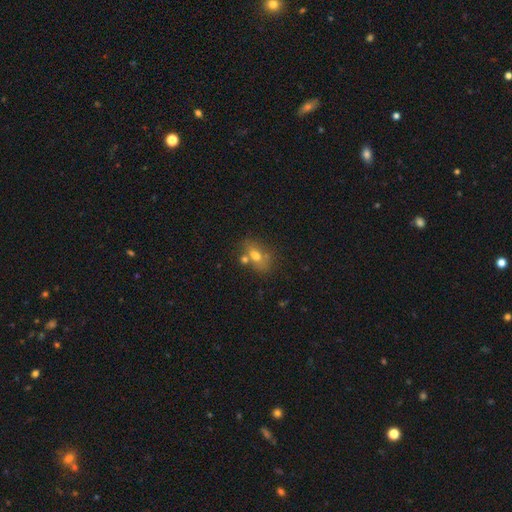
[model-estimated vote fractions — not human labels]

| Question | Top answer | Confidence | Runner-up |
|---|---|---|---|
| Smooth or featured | smooth | 64% | featured or disk (23%) |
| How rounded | in between | 74% | round (22%) |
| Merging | none | 51% | merger (25%) |